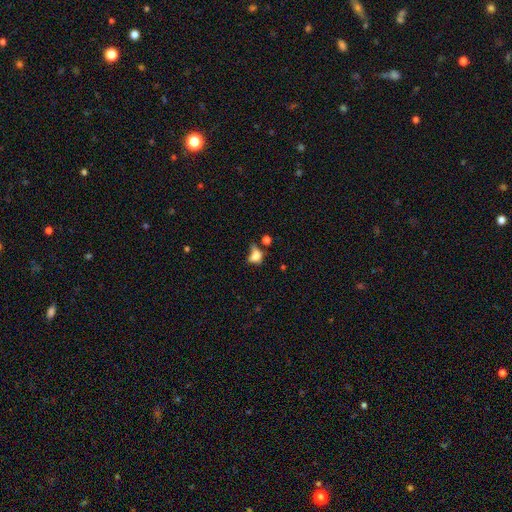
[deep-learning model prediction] A smooth galaxy with no disk features (66%) that is in between round and cigar-shaped (69%). Merging: major disturbance (33%).